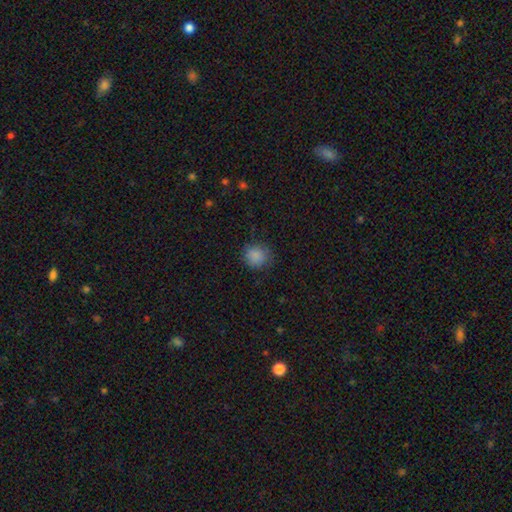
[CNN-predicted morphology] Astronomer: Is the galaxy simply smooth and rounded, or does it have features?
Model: smooth — 86%.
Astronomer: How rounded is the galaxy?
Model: round — 84%.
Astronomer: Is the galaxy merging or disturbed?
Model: none — 81%.